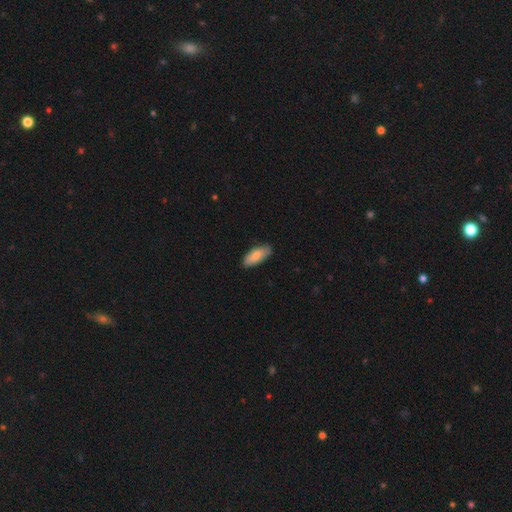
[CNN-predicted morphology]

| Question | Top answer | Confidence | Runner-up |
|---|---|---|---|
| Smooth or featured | smooth | 77% | featured or disk (17%) |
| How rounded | in between | 83% | cigar-shaped (15%) |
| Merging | none | 84% | minor disturbance (13%) |